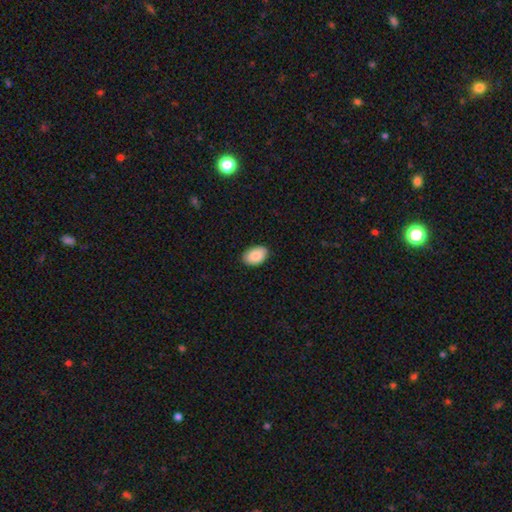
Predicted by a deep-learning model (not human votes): A smooth galaxy with no disk features (89%) that is in between round and cigar-shaped (92%).

Vote fractions:
- Smooth or featured? smooth: 89% / star or artifact: 6% / featured or disk: 5%
- How rounded? in between: 92% / round: 7% / cigar-shaped: 1%
- Merging? none: 88% / minor disturbance: 10% / major disturbance: 2% / merger: 1%